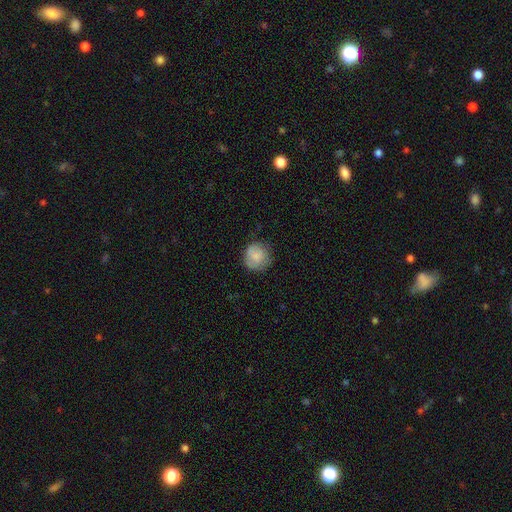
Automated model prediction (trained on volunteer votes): smooth-or-featured: smooth: 78% | featured or disk: 15% | star or artifact: 7%
  how-rounded: round: 89% | in between: 10% | cigar-shaped: 1%
  merging: none: 72% | minor disturbance: 21% | major disturbance: 6% | merger: 1%